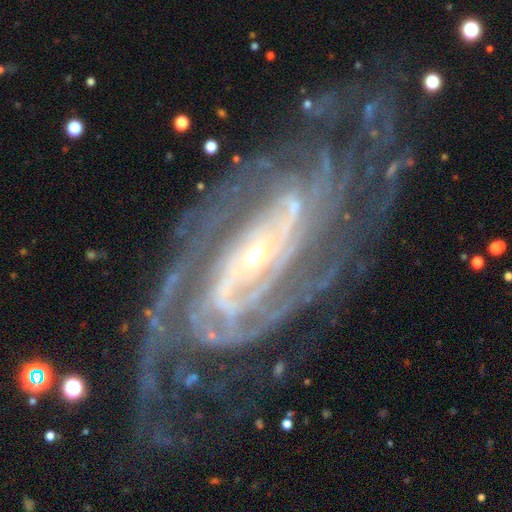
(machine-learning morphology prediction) Smooth or featured? featured or disk (92%)
Edge-on disk? no (95%)
Bar? no (38%)
Spiral arms? yes (98%)
Spiral winding? tight (65%)
Spiral arm count? 2 (24%)
Bulge size? small (77%)
Merging? none (70%)